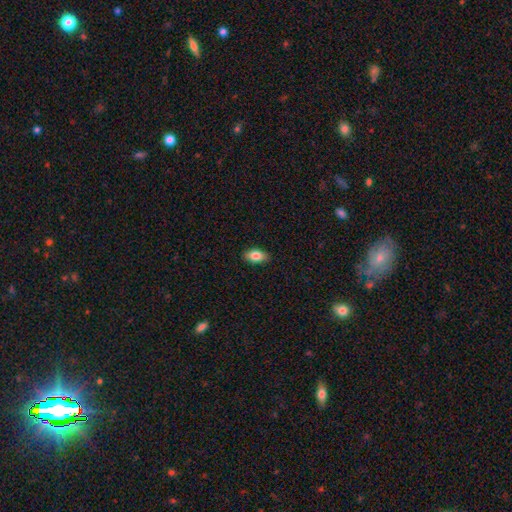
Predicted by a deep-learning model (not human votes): A smooth galaxy with no disk features (83%) that is in between round and cigar-shaped (91%). Merging: none (89%).